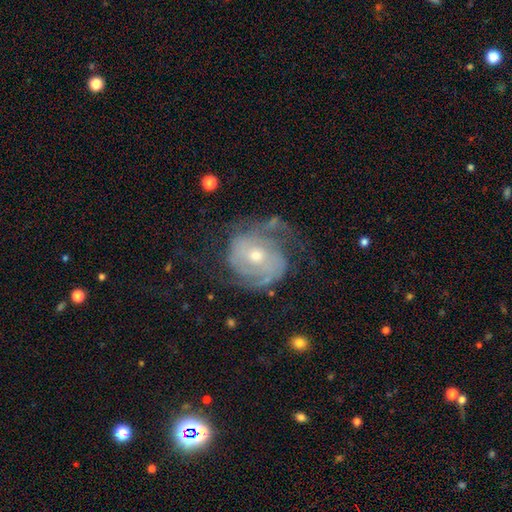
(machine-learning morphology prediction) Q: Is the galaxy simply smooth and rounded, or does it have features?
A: featured or disk — 84%.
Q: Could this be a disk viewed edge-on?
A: no — 97%.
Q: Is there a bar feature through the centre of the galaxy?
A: no — 67%.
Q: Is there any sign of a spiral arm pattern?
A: yes — 93%.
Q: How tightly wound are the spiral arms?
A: tight — 50%.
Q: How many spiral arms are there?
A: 2 — 56%.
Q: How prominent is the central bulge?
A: moderate — 49%.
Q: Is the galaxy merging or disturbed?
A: none — 59%.